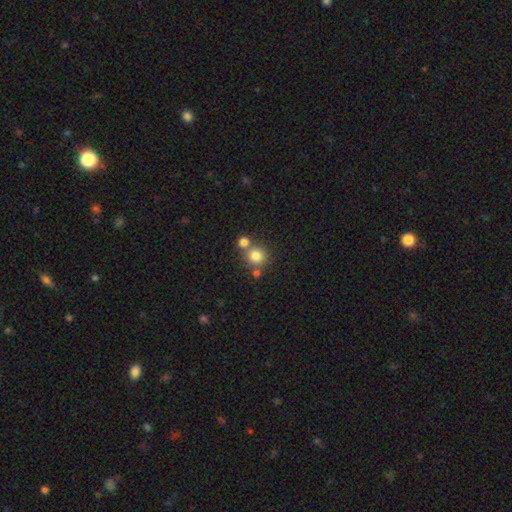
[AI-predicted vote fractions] Smooth or featured: smooth — 80% (star or artifact — 12%)
How rounded: round — 90% (in between — 9%)
Merging: none — 65% (merger — 25%)